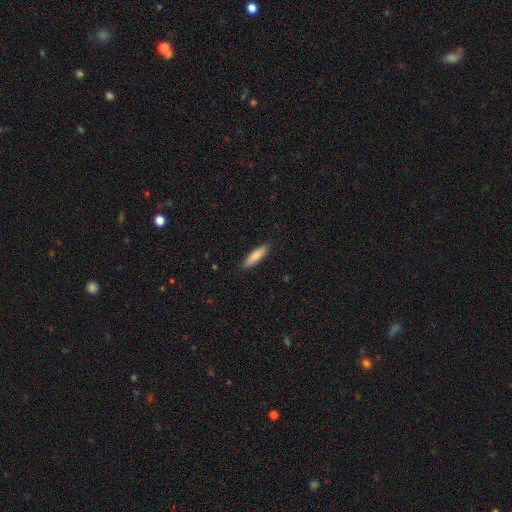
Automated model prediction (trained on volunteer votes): Q: Smooth or featured?
A: smooth (76%); runner-up: featured or disk (18%)
Q: How rounded?
A: cigar-shaped (69%); runner-up: in between (29%)
Q: Merging?
A: none (89%); runner-up: minor disturbance (8%)